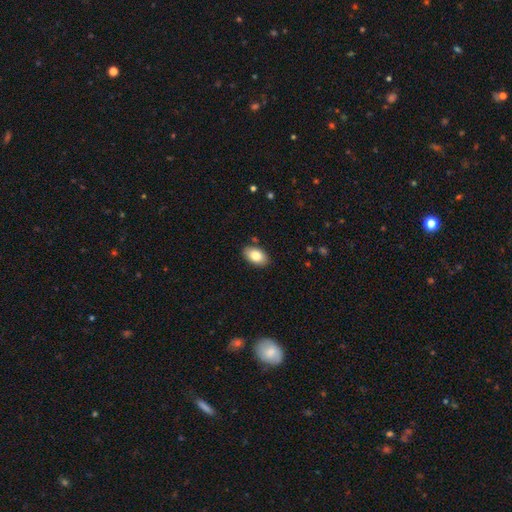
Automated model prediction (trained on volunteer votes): smooth_or_featured: smooth (p=0.81) [alt: featured or disk p=0.12]
how_rounded: in between (p=0.92) [alt: round p=0.06]
merging: none (p=0.87) [alt: minor disturbance p=0.09]